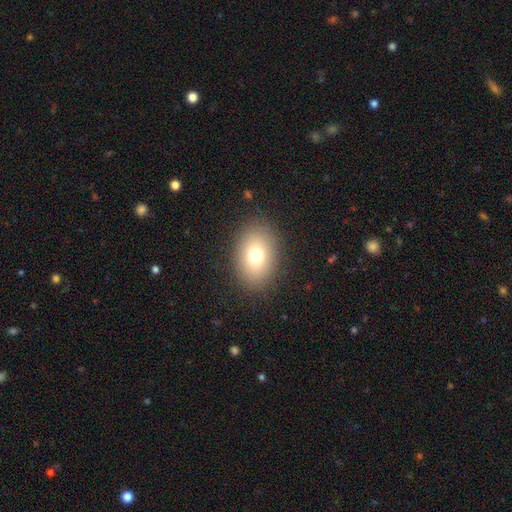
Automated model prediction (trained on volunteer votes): Smooth or featured? Predicted: smooth (p=0.74). How rounded? Predicted: in between (p=0.73). Merging? Predicted: none (p=0.87).